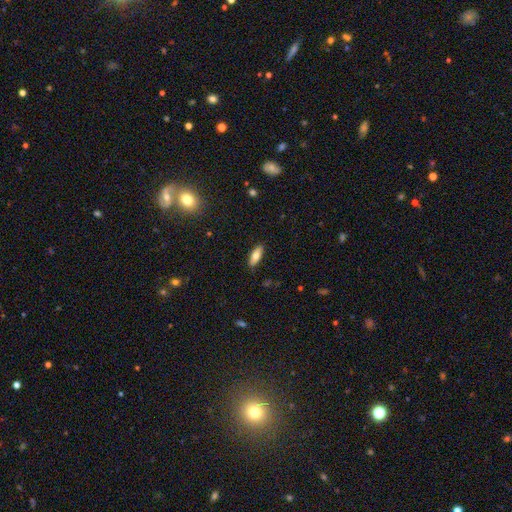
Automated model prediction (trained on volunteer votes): Q: Smooth or featured?
A: smooth (74%); runner-up: featured or disk (19%)
Q: How rounded?
A: in between (69%); runner-up: cigar-shaped (29%)
Q: Merging?
A: none (88%); runner-up: minor disturbance (9%)